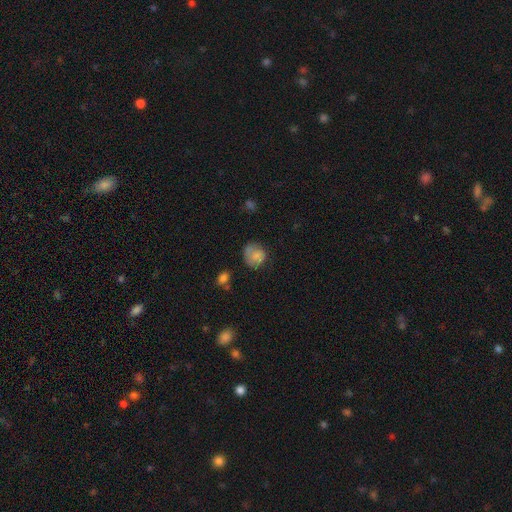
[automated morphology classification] The model was most divided on "merging": none: 55%, minor disturbance: 29%, major disturbance: 13%, merger: 3%. More confident: how rounded — round (74%); smooth or featured — smooth (73%).